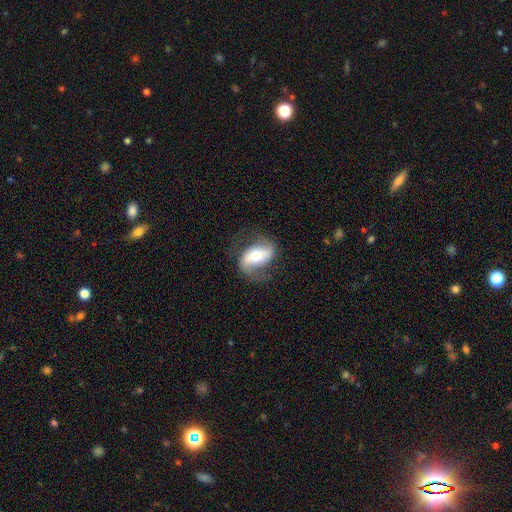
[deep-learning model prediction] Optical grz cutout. It shows a featured or disk galaxy (71%) with a strong bar (38%), 2 (87%) loose (51%) spiral arms (87%) and a moderate central bulge (64%). Merging: none (69%).